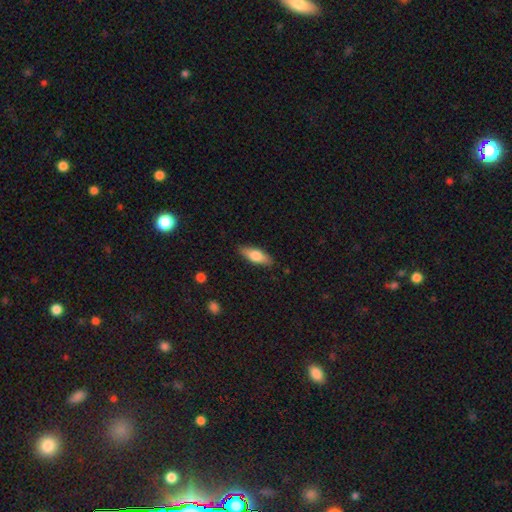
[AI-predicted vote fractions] Smooth or featured? smooth (66%)
How rounded? in between (61%)
Merging? none (86%)